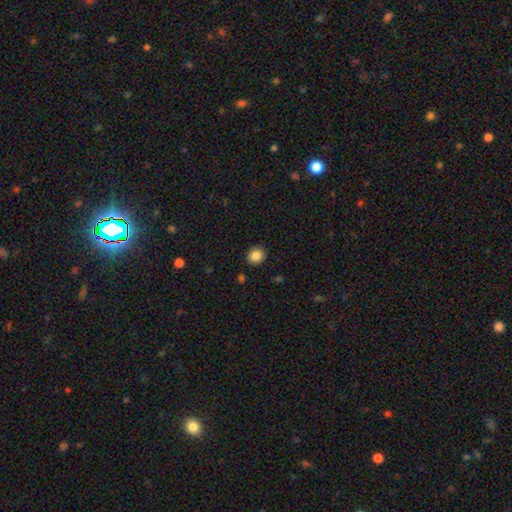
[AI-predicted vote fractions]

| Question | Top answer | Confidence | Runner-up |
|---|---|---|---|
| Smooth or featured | smooth | 85% | star or artifact (10%) |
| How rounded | round | 79% | in between (21%) |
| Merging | none | 91% | minor disturbance (6%) |